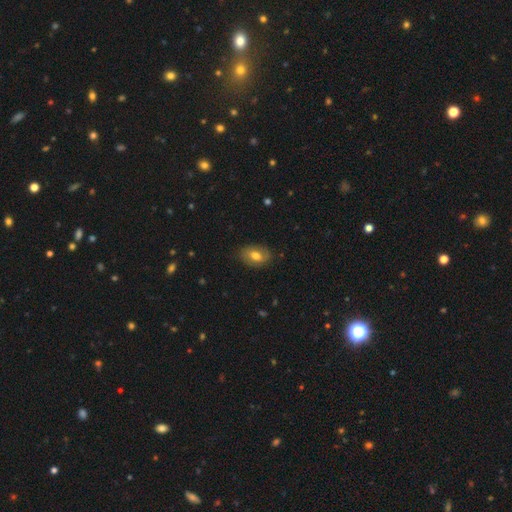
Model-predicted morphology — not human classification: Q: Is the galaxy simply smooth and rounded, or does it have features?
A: smooth — 62%.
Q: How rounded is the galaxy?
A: in between — 85%.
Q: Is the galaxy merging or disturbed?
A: none — 79%.